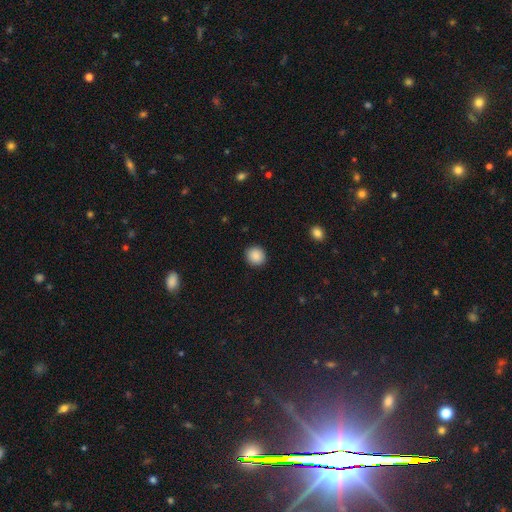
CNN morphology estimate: Q: Smooth or featured?
A: smooth (89%); runner-up: star or artifact (9%)
Q: How rounded?
A: round (89%); runner-up: in between (11%)
Q: Merging?
A: none (92%); runner-up: minor disturbance (5%)